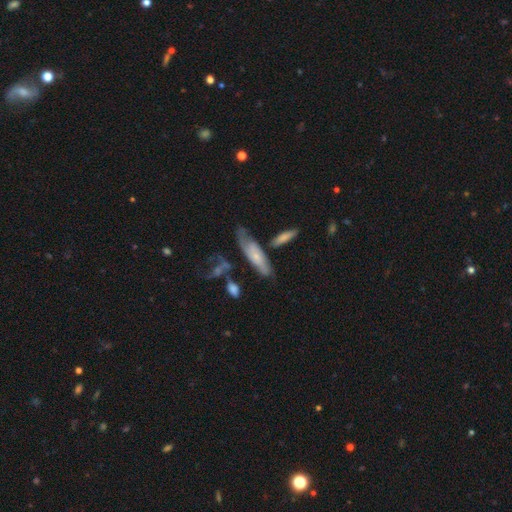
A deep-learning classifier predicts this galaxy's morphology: Overall: featured or disk (46%, tied with smooth). Merging: none (41%; minor disturbance 27%).